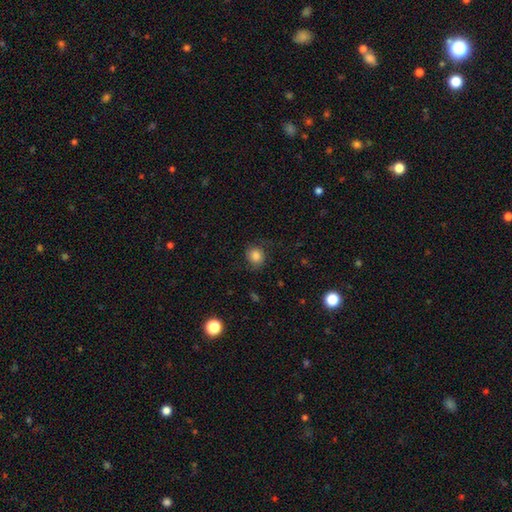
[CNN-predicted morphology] Smooth or featured? smooth (80%)
How rounded? round (79%)
Merging? none (74%)